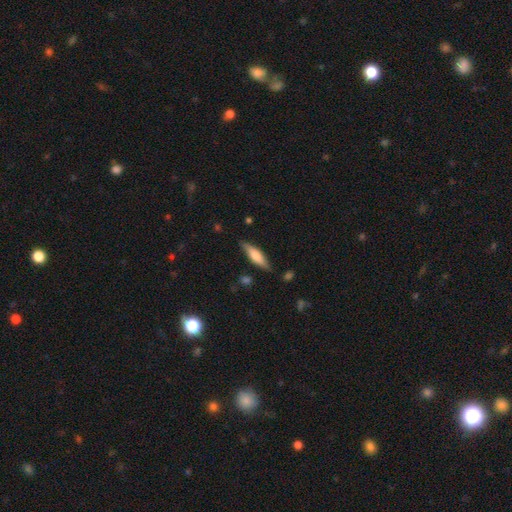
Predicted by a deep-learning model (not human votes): smooth 61%, featured or disk 33%, star or artifact 6%. Down the decision tree: how rounded — cigar-shaped (66%); merging — none (83%).